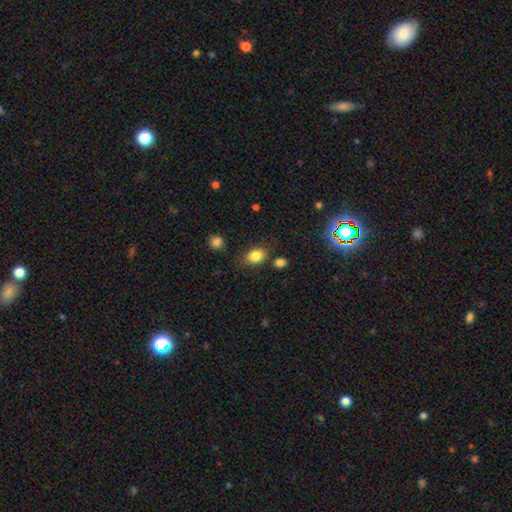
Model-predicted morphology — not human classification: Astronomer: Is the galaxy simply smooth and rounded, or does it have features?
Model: smooth — 84%.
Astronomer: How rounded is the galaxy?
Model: in between — 75%.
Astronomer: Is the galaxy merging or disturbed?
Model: none — 73%.